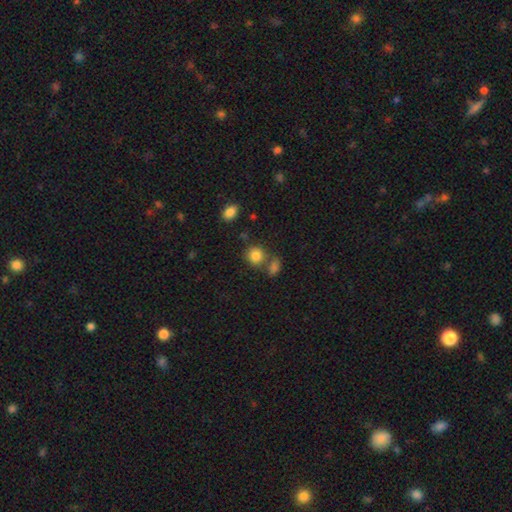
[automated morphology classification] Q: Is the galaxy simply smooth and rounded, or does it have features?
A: smooth — 83%.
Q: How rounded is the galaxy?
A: round — 79%.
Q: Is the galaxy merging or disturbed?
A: none — 61%.